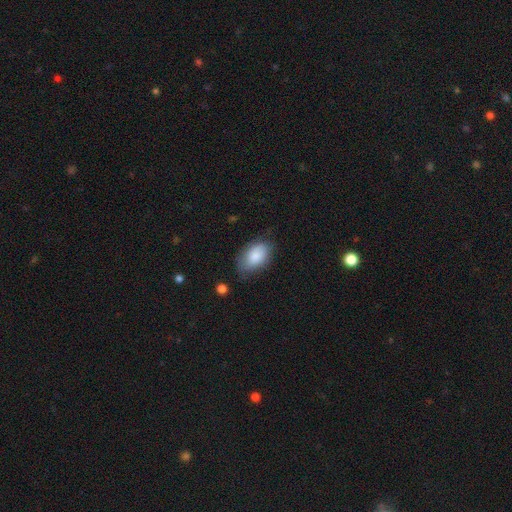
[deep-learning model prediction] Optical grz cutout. It shows a smooth galaxy with no disk features (84%) that is in between round and cigar-shaped (93%). Merging: none (67%).